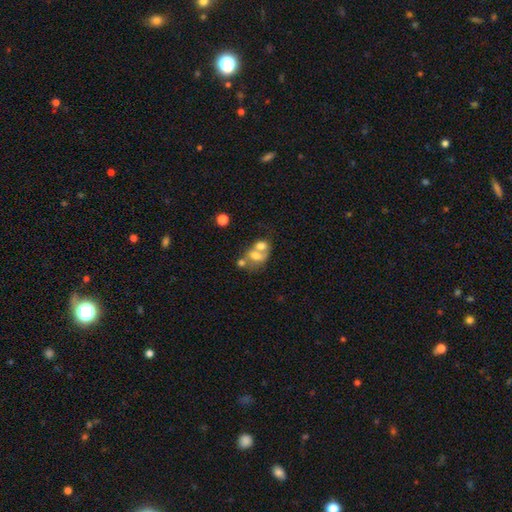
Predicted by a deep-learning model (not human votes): smooth-or-featured: smooth: 55% | featured or disk: 33% | star or artifact: 12%
  how-rounded: in between: 62% | round: 37% | cigar-shaped: 2%
  merging: merger: 57% | none: 23% | major disturbance: 10% | minor disturbance: 10%